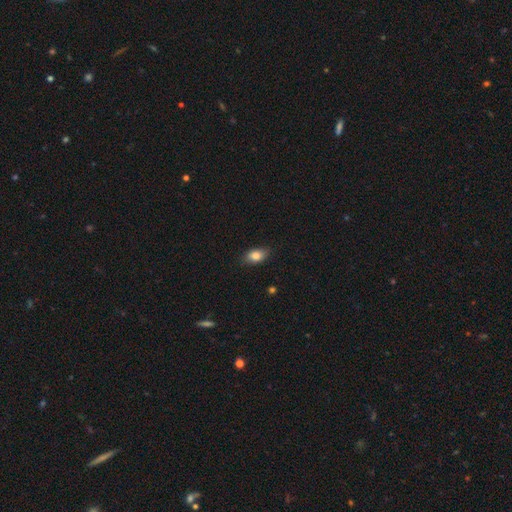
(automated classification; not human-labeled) Smooth or featured?
  - smooth: 82% *
  - featured or disk: 10%
  - star or artifact: 8%
How rounded?
  - in between: 85% *
  - round: 12%
  - cigar-shaped: 3%
Merging?
  - none: 83% *
  - minor disturbance: 13%
  - major disturbance: 2%
  - merger: 1%